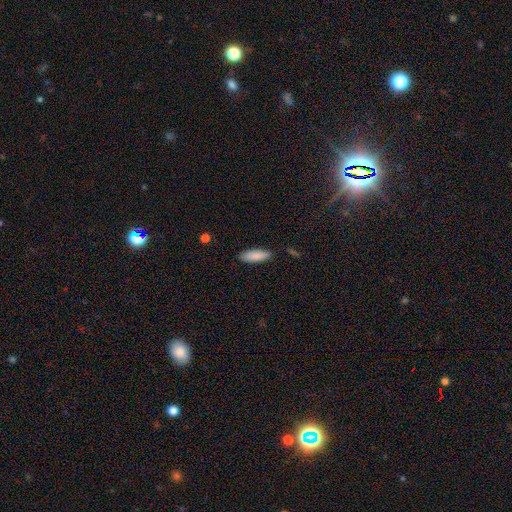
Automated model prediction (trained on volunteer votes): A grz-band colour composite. It shows a smooth galaxy with no disk features (88%) that is in between round and cigar-shaped (57%). Merging: none (86%).